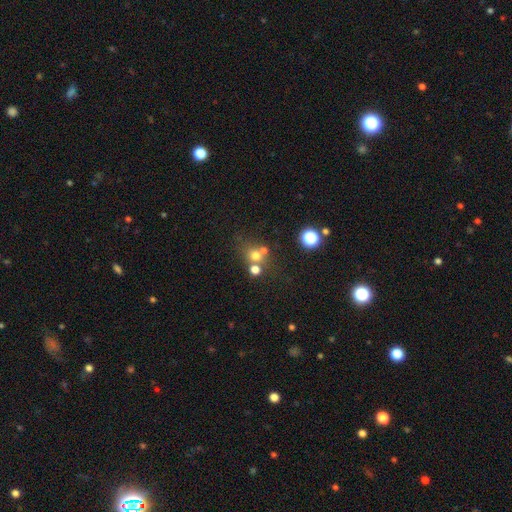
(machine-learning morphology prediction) Q: Smooth or featured?
A: smooth (66%); runner-up: star or artifact (21%)
Q: How rounded?
A: round (83%); runner-up: in between (16%)
Q: Merging?
A: none (52%); runner-up: merger (35%)